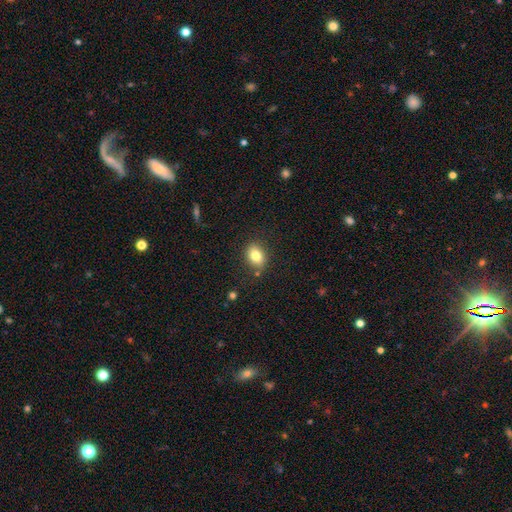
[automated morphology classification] Smooth or featured? smooth (80%)
How rounded? in between (67%)
Merging? none (82%)